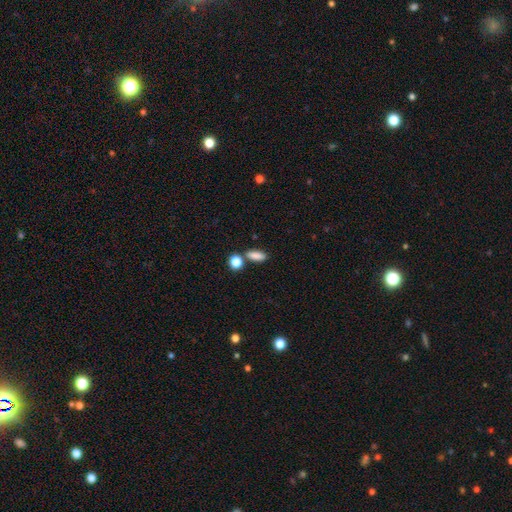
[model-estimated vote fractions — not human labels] Morphology: type=smooth (85%); roundness=in between (75%); merging=none (70%).